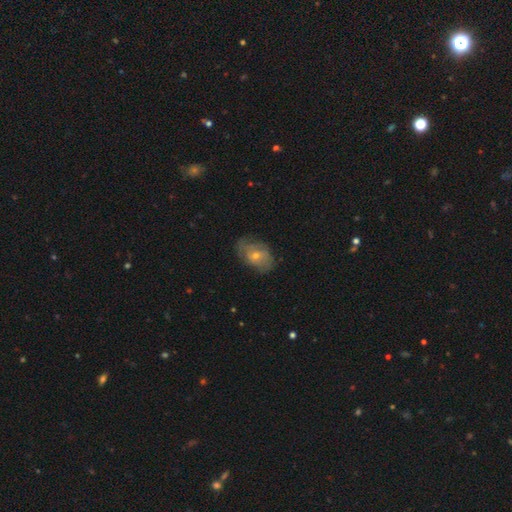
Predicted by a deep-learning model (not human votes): Q: Smooth or featured?
A: featured or disk (46%); runner-up: smooth (43%)
Q: Merging?
A: none (68%); runner-up: minor disturbance (23%)